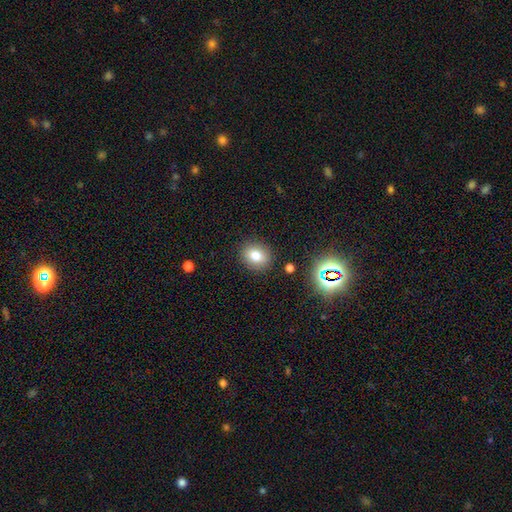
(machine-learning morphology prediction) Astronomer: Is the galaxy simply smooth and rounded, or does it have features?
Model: smooth — 77%.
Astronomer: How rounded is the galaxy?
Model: round — 65%.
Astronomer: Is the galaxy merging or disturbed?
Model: none — 87%.